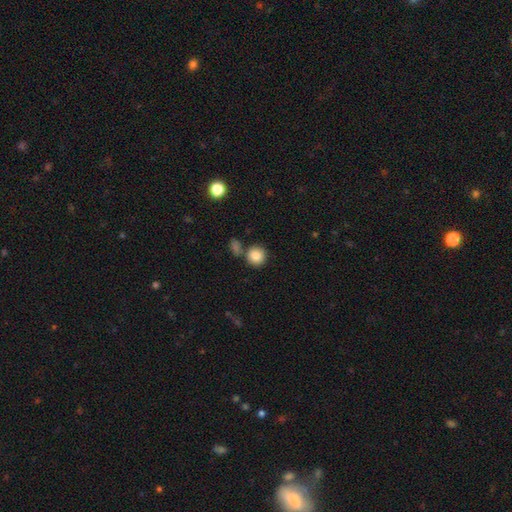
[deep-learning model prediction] smooth_or_featured: smooth (p=0.87) [alt: star or artifact p=0.09]
how_rounded: round (p=0.90) [alt: in between p=0.09]
merging: none (p=0.70) [alt: merger p=0.17]